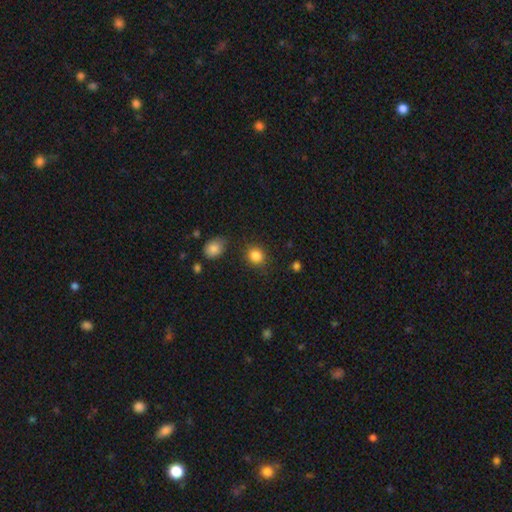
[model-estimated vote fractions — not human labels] Overall: smooth (85%). How rounded: round (75%). Merging: none (84%).